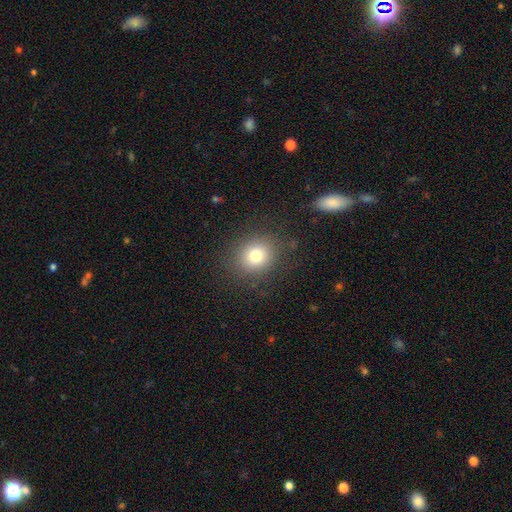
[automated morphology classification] smooth_or_featured: smooth (p=0.77) [alt: star or artifact p=0.13]
how_rounded: round (p=0.77) [alt: in between p=0.22]
merging: none (p=0.85) [alt: minor disturbance p=0.09]